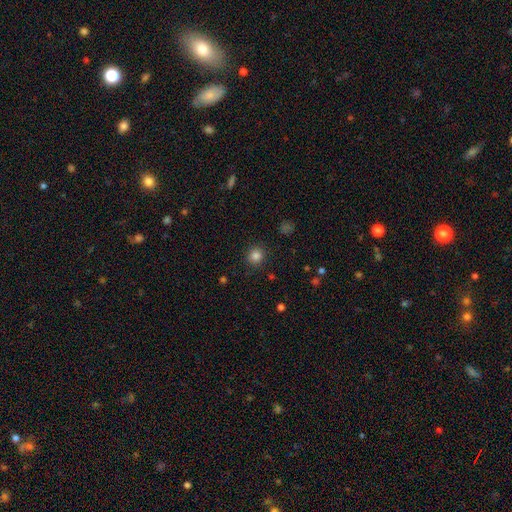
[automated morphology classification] This is clearly a smooth galaxy (84%). How rounded: clearly round (92%). Merging: clearly none (90%).